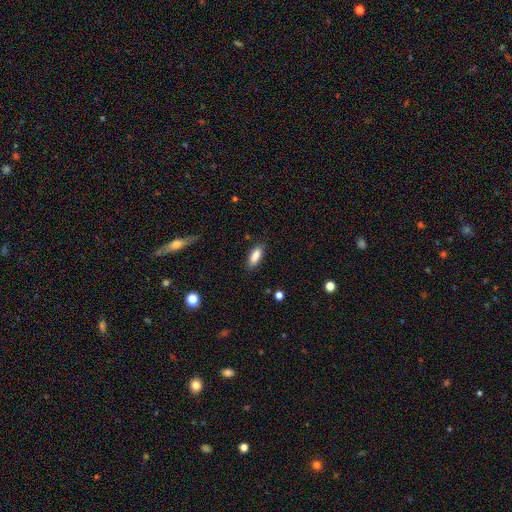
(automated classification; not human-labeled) A smooth galaxy with no disk features (86%) that is in between round and cigar-shaped (78%). Merging: none (84%).